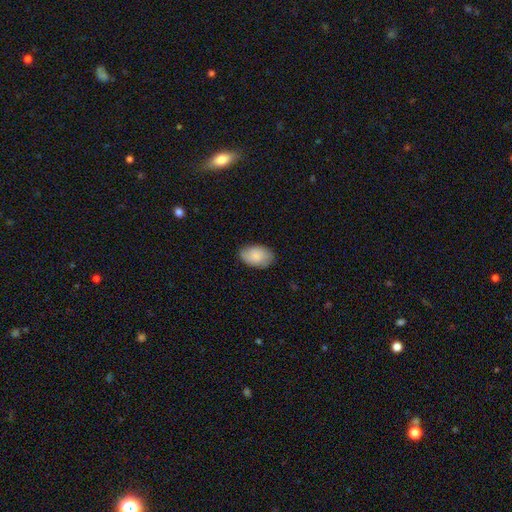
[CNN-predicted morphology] Smooth or featured?
  - smooth: 76% *
  - featured or disk: 17%
  - star or artifact: 7%
How rounded?
  - in between: 90% *
  - round: 9%
  - cigar-shaped: 1%
Merging?
  - none: 76% *
  - minor disturbance: 19%
  - major disturbance: 4%
  - merger: 1%